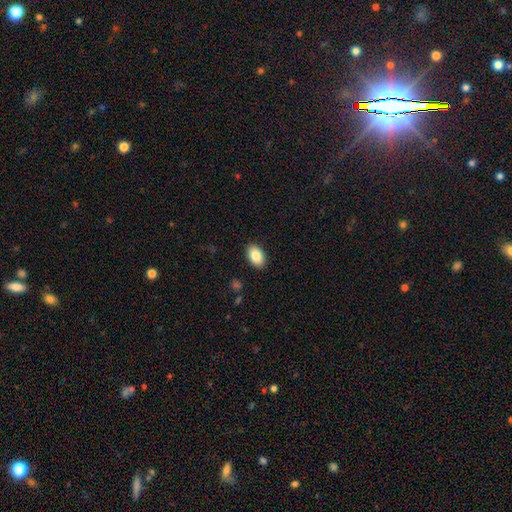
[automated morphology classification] smooth 87%, star or artifact 7%, featured or disk 6%. Down the decision tree: how rounded — in between (92%); merging — none (89%).